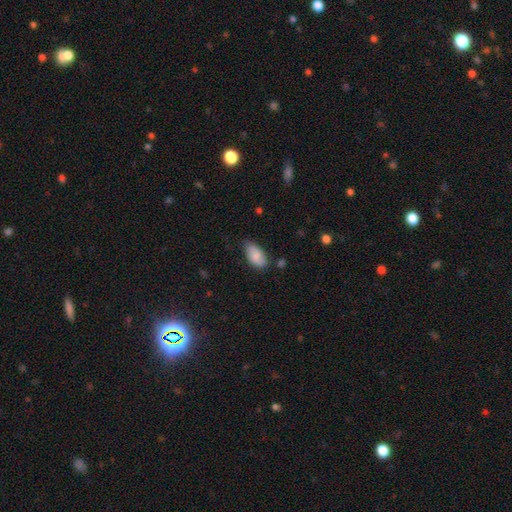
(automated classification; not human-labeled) smooth-or-featured: smooth: 84% | featured or disk: 9% | star or artifact: 7%
  how-rounded: in between: 93% | cigar-shaped: 4% | round: 3%
  merging: none: 64% | minor disturbance: 28% | major disturbance: 5% | merger: 3%